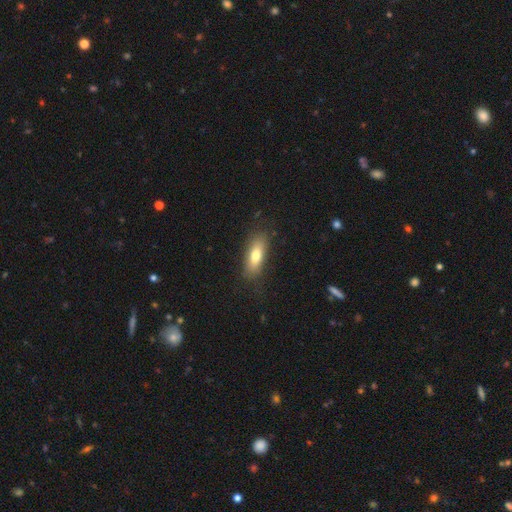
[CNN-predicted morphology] This appears to be a smooth galaxy with no disk features (75%) that is in between round and cigar-shaped (70%). Merging: none (80%).